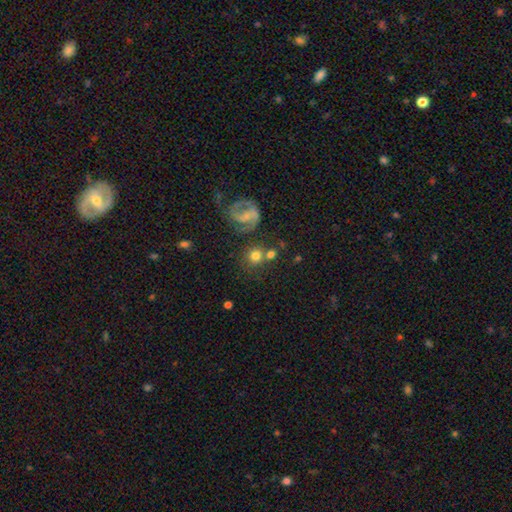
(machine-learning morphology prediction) Overall: smooth (66%). How rounded: round (89%). Merging: none (64%).